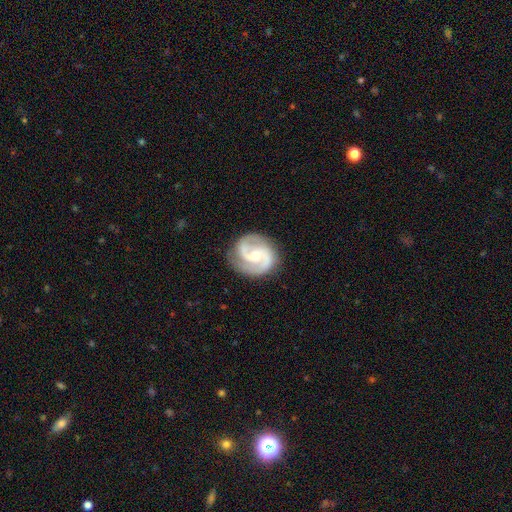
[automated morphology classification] featured or disk 90%, smooth 6%, star or artifact 4%. Down the decision tree: edge-on disk — no (98%); bar — no (50%); spiral arms — yes (98%); spiral arm count — 2 (91%); spiral winding — medium (56%); bulge size — moderate (51%); merging — none (82%).